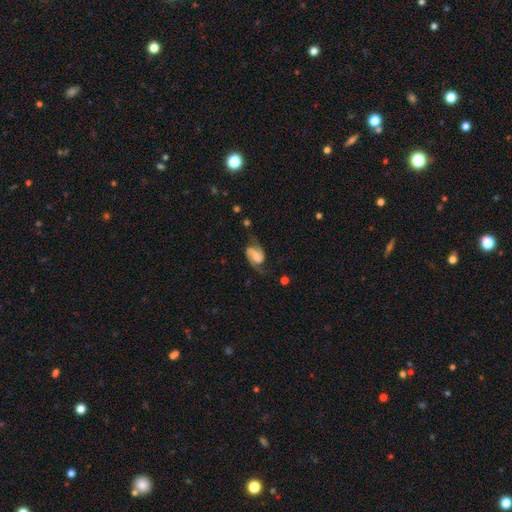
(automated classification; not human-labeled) Smooth or featured: featured or disk — 80% (smooth — 13%)
Edge-on disk: no — 97% (yes — 3%)
Bar: weak — 43% (strong — 32%)
Spiral arms: yes — 95% (no — 5%)
Spiral winding: medium — 46% (loose — 38%)
Spiral arm count: 2 — 91% (can't tell — 3%)
Bulge size: none — 37% (small — 29%)
Merging: none — 67% (minor disturbance — 18%)